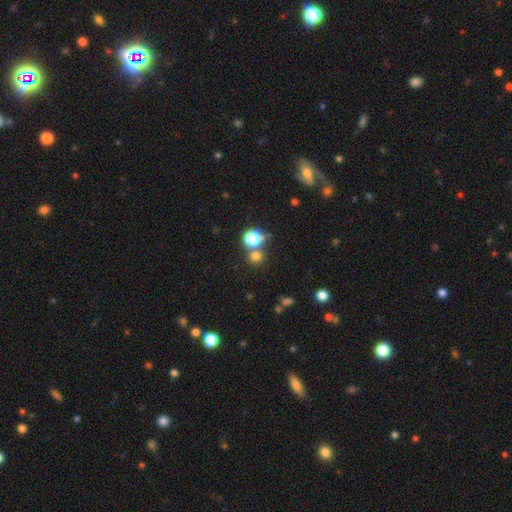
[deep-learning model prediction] Smooth or featured?
  - smooth: 71% *
  - star or artifact: 21%
  - featured or disk: 7%
How rounded?
  - round: 90% *
  - in between: 9%
  - cigar-shaped: 1%
Merging?
  - none: 66% *
  - merger: 23%
  - minor disturbance: 7%
  - major disturbance: 4%